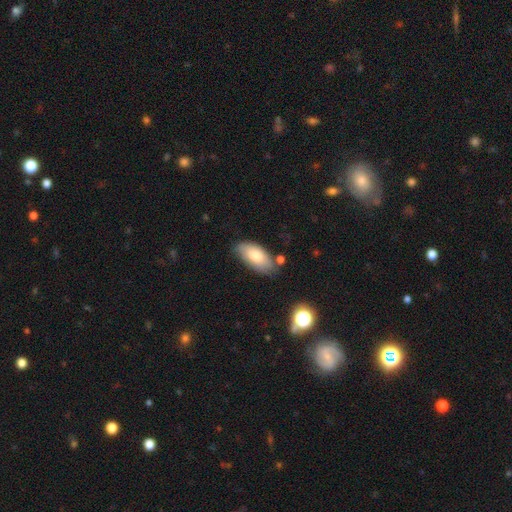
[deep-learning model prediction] Smooth or featured: smooth — 76% (featured or disk — 17%)
How rounded: in between — 92% (cigar-shaped — 6%)
Merging: none — 71% (minor disturbance — 20%)